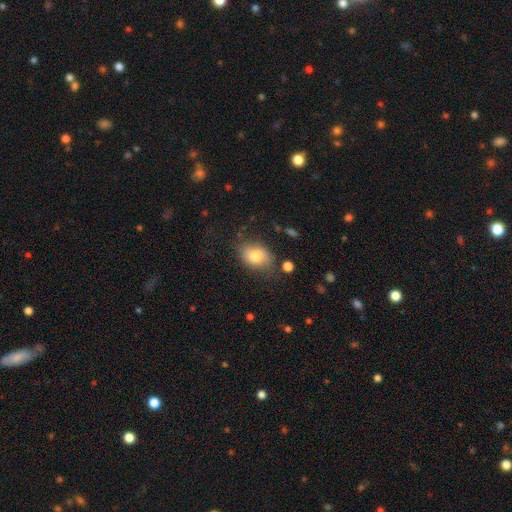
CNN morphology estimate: A smooth galaxy with no disk features (77%) that is in between round and cigar-shaped (71%). Merging: none (72%).